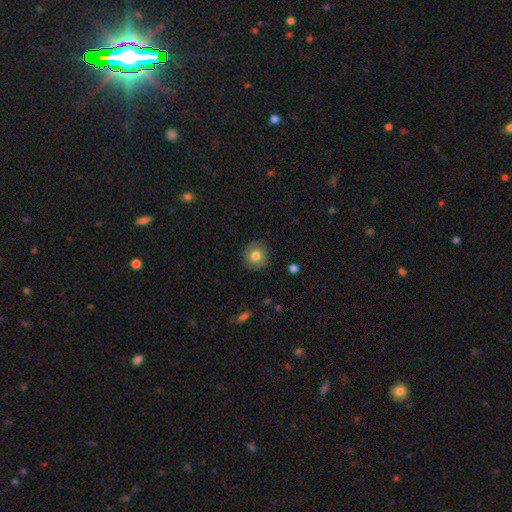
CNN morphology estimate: A smooth galaxy with no disk features (75%) that is round (88%). Merging: none (87%).